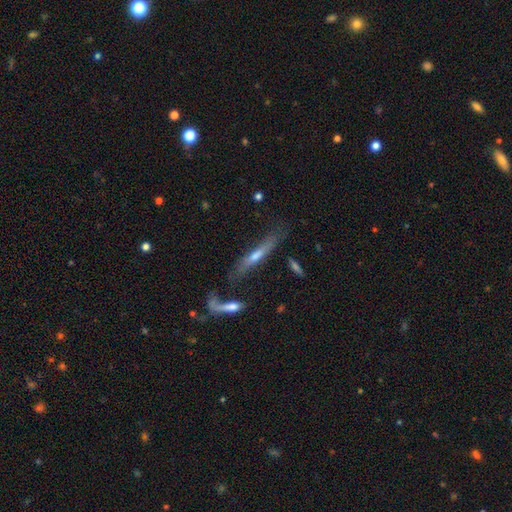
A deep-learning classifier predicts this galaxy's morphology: The model was most divided on "smooth or featured": featured or disk: 56%, smooth: 36%, star or artifact: 8%. Remaining: edge-on disk — yes (76%); merging — none (48%).